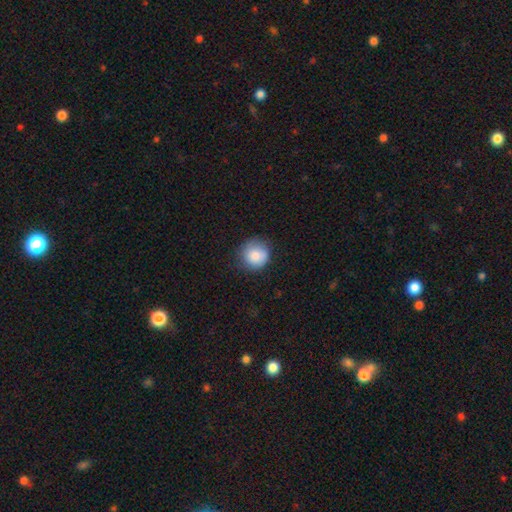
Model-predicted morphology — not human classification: smooth_or_featured: smooth (p=0.83) [alt: featured or disk p=0.09]
how_rounded: round (p=0.92) [alt: in between p=0.07]
merging: none (p=0.77) [alt: minor disturbance p=0.18]